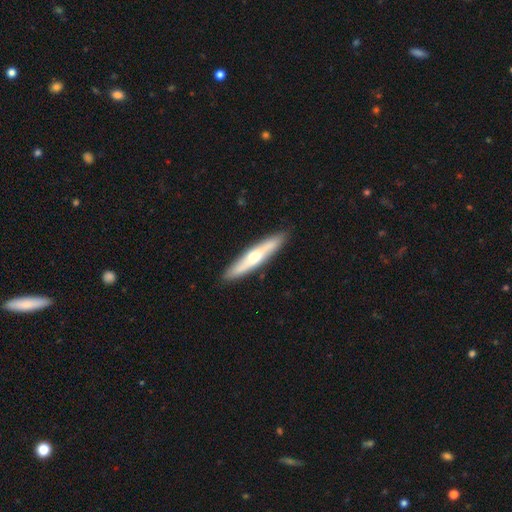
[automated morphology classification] This appears to be a featured or disk galaxy (48%). Merging: none (89%).